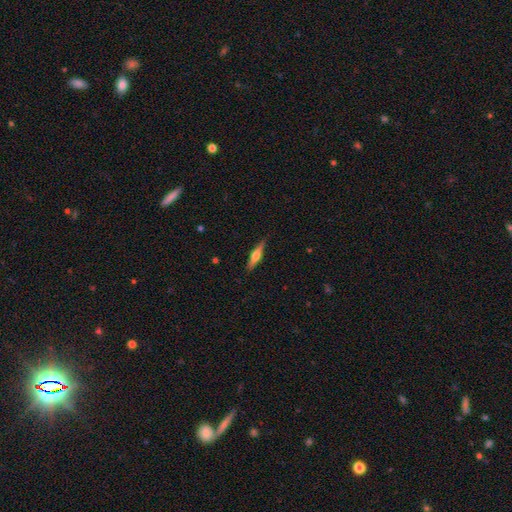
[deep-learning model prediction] Smooth or featured? Predicted: featured or disk (p=0.54). Edge-on disk? Predicted: yes (p=0.96). Edge-on bulge? Predicted: rounded (p=0.88). Merging? Predicted: none (p=0.87).